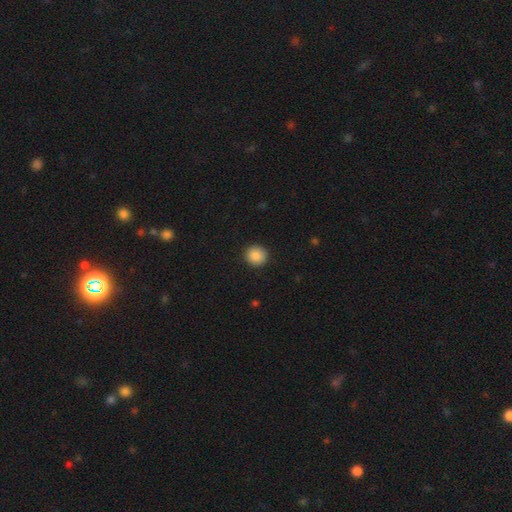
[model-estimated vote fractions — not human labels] Smooth or featured?
  - smooth: 88% *
  - star or artifact: 8%
  - featured or disk: 3%
How rounded?
  - round: 91% *
  - in between: 8%
  - cigar-shaped: 1%
Merging?
  - none: 92% *
  - minor disturbance: 5%
  - major disturbance: 2%
  - merger: 1%